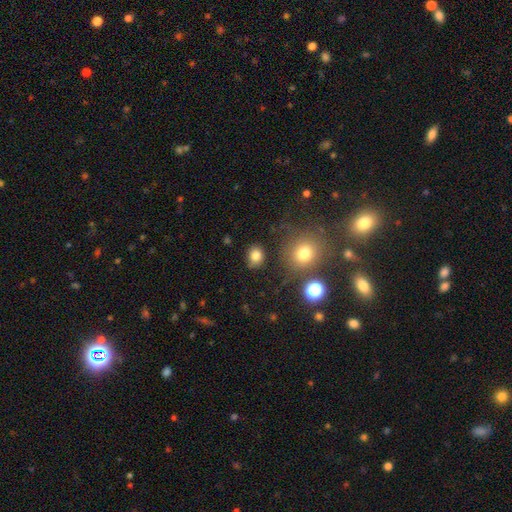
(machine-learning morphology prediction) Smooth or featured?
  - smooth: 80% *
  - star or artifact: 13%
  - featured or disk: 7%
How rounded?
  - round: 59% *
  - in between: 40%
  - cigar-shaped: 1%
Merging?
  - none: 82% *
  - minor disturbance: 11%
  - major disturbance: 4%
  - merger: 3%